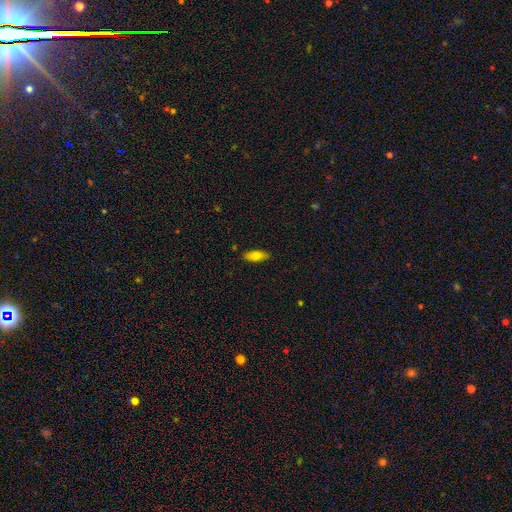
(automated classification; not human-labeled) Morphology: type=smooth (74%); roundness=in between (72%); merging=none (87%).